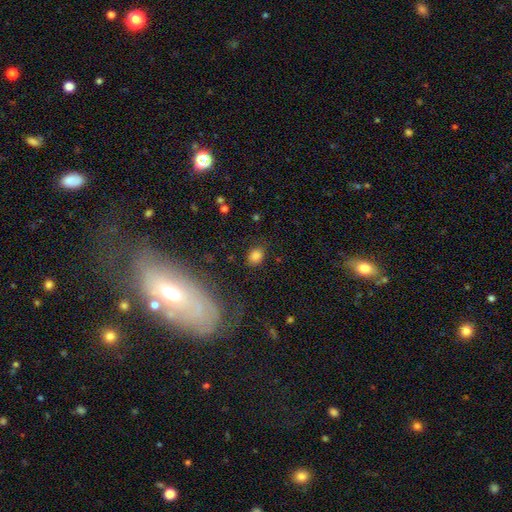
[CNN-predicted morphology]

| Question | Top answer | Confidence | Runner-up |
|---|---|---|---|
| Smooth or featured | smooth | 80% | star or artifact (13%) |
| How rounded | round | 53% | in between (45%) |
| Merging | none | 84% | minor disturbance (11%) |